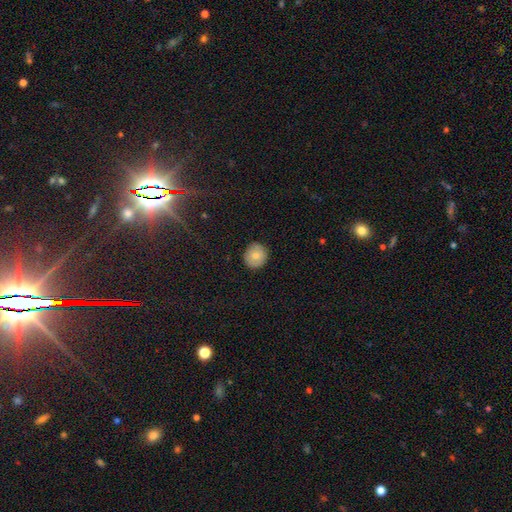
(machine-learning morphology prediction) The model was most divided on "smooth or featured": smooth: 76%, featured or disk: 15%, star or artifact: 8%. More confident: merging — none (89%); how rounded — round (88%).